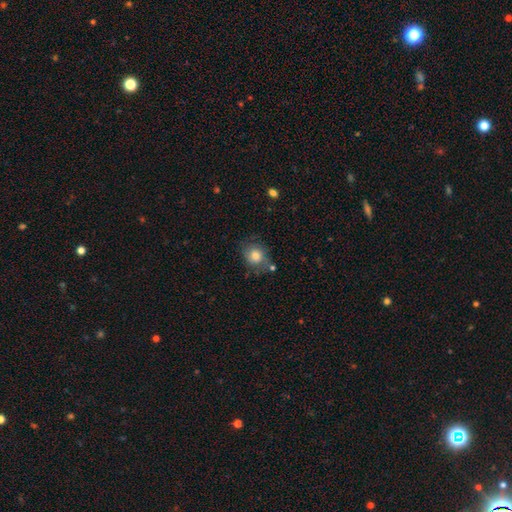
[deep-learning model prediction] This is likely a smooth galaxy (74%). How rounded: likely round (72%). Merging: likely none (66%).